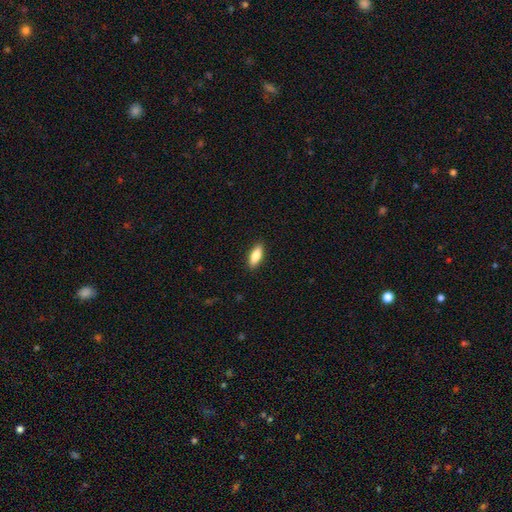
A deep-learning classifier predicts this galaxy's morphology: A smooth galaxy with no disk features (82%) that is in between round and cigar-shaped (74%).

Vote fractions:
- Smooth or featured? smooth: 82% / featured or disk: 12% / star or artifact: 6%
- How rounded? in between: 74% / cigar-shaped: 23% / round: 2%
- Merging? none: 90% / minor disturbance: 7% / major disturbance: 2% / merger: 1%